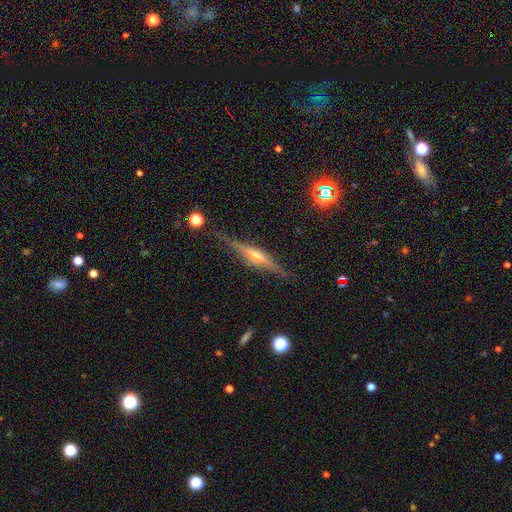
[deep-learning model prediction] A featured or disk galaxy (81%) viewed edge-on (97%) with a rounded central bulge (81%). Merging: none (85%).